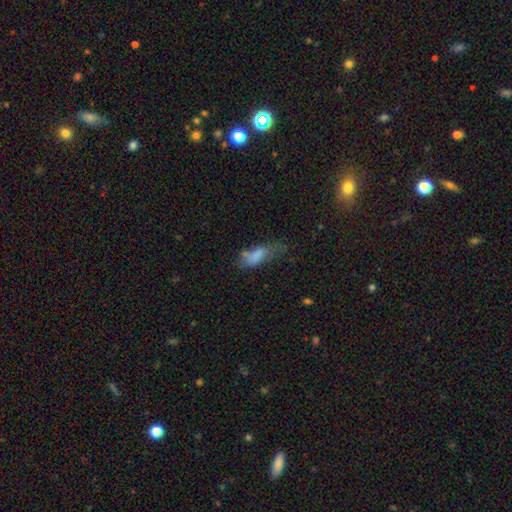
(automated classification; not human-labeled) Q: Smooth or featured?
A: smooth (72%); runner-up: featured or disk (17%)
Q: How rounded?
A: in between (78%); runner-up: cigar-shaped (19%)
Q: Merging?
A: major disturbance (36%); runner-up: minor disturbance (30%)